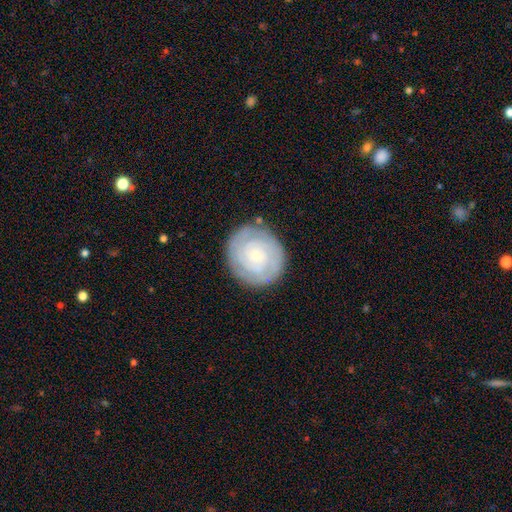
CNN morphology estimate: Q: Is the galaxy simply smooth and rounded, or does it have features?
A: featured or disk — 62%.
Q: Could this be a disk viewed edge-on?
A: no — 98%.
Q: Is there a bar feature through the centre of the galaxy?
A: no — 82%.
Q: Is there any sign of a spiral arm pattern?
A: yes — 85%.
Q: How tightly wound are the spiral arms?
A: tight — 81%.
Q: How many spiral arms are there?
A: can't tell — 45%.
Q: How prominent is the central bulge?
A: small — 74%.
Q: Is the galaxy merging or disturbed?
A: none — 84%.